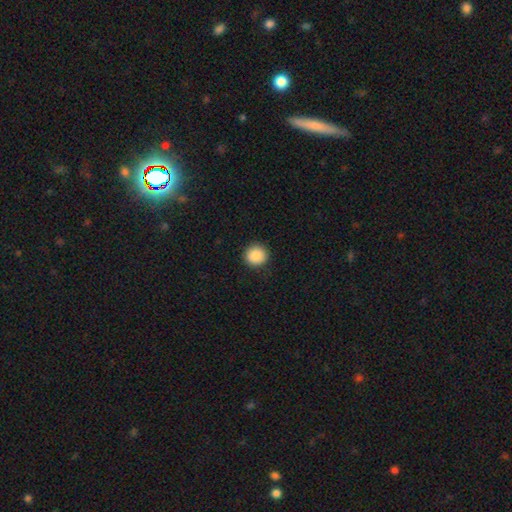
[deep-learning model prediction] Smooth or featured? Predicted: smooth (p=0.89). How rounded? Predicted: round (p=0.93). Merging? Predicted: none (p=0.91).